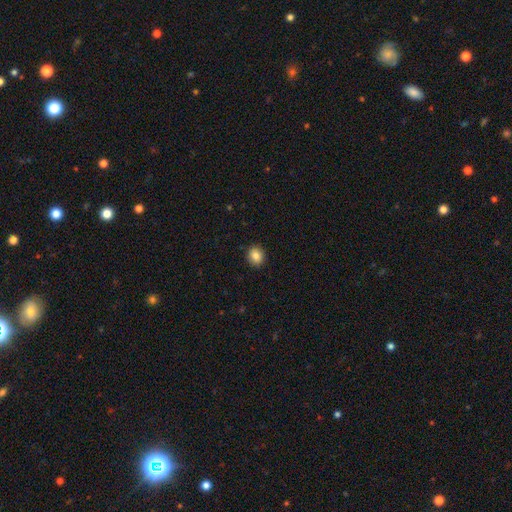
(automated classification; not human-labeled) Q: Smooth or featured?
A: smooth (84%); runner-up: star or artifact (9%)
Q: How rounded?
A: round (76%); runner-up: in between (23%)
Q: Merging?
A: none (91%); runner-up: minor disturbance (6%)